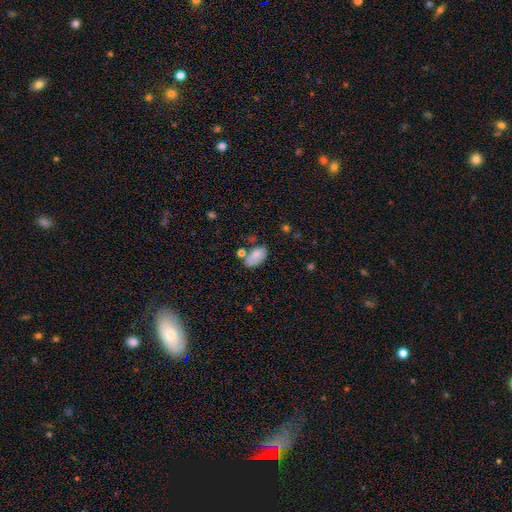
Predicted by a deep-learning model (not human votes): Smooth or featured? smooth (77%)
How rounded? in between (94%)
Merging? none (57%)